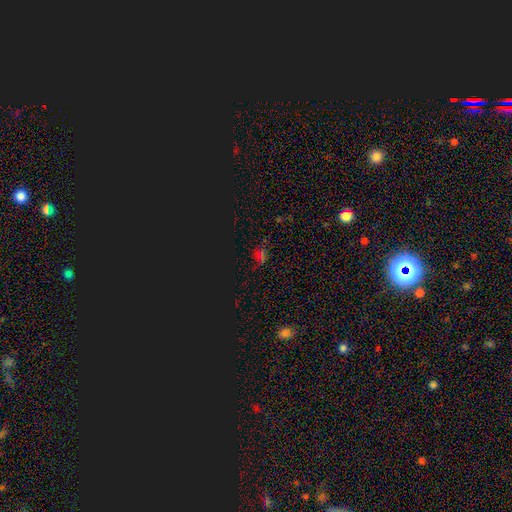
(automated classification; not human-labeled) star or artifact 63%, smooth 29%, featured or disk 8%.